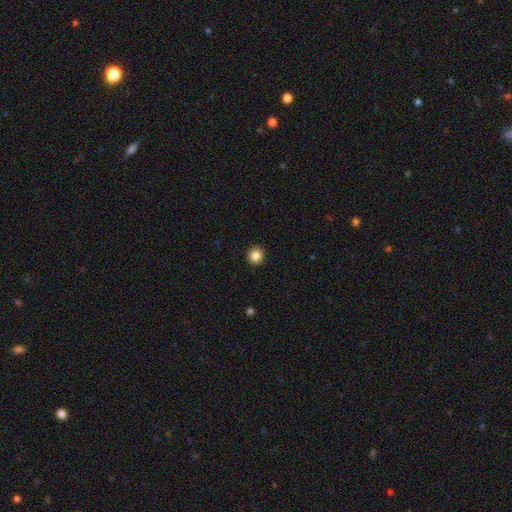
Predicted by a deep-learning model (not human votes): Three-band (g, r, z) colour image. It shows a smooth galaxy with no disk features (85%) that is round (88%). Merging: none (92%).